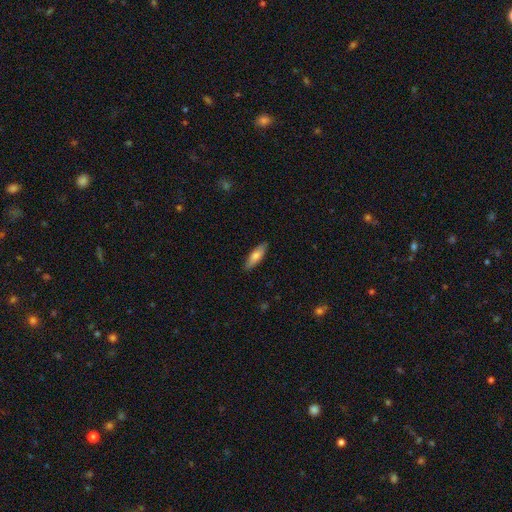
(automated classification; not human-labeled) Smooth or featured? smooth (71%)
How rounded? cigar-shaped (54%)
Merging? none (87%)